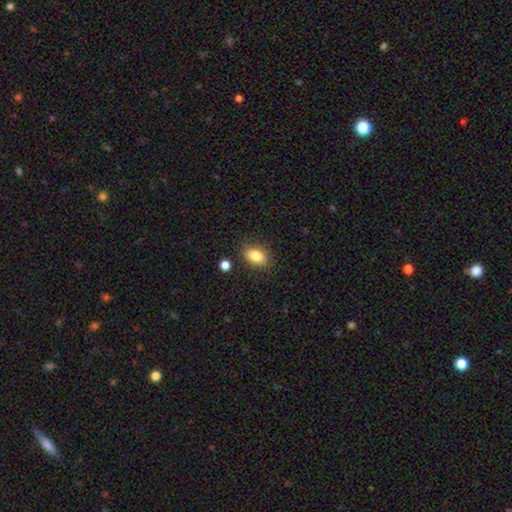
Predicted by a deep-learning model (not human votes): Overall: smooth (85%). How rounded: in between (87%). Merging: none (82%).